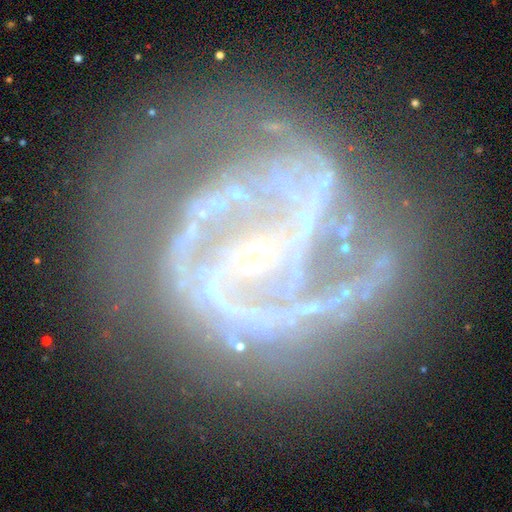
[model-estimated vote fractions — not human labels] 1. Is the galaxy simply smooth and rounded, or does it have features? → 89% featured or disk, 7% star or artifact, 4% smooth.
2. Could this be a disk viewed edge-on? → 98% no, 2% yes.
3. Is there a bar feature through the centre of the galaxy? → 40% strong, 30% weak, 30% no.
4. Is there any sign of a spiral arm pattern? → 94% yes, 6% no.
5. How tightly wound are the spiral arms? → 45% medium, 42% tight, 12% loose.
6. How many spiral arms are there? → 41% 2, 23% 3, 16% can't tell, 8% 4, 6% 1, 6% more than 4.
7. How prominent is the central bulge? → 83% small, 9% moderate, 5% none, 1% large, 1% dominant.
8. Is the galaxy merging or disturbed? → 54% none, 23% major disturbance, 20% minor disturbance, 3% merger.